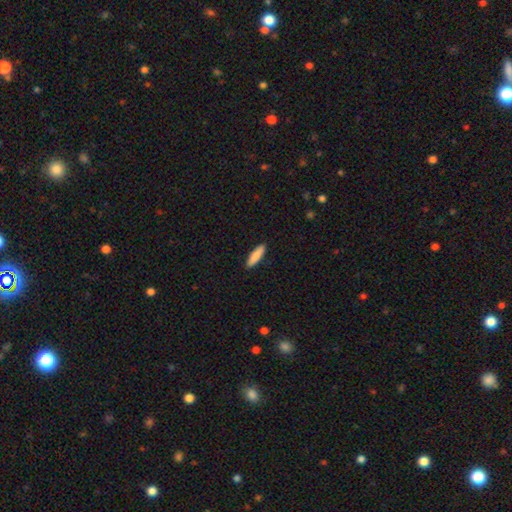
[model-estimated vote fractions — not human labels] smooth_or_featured: smooth (p=0.85) [alt: featured or disk p=0.10]
how_rounded: cigar-shaped (p=0.66) [alt: in between p=0.32]
merging: none (p=0.91) [alt: minor disturbance p=0.07]